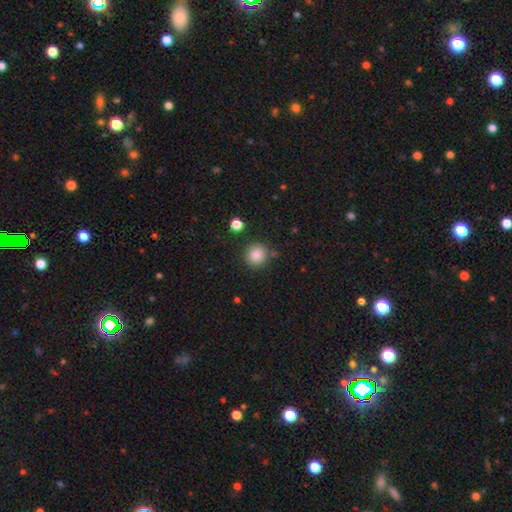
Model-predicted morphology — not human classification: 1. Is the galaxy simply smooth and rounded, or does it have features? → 86% smooth, 10% star or artifact, 4% featured or disk.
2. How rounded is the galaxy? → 91% round, 8% in between, 1% cigar-shaped.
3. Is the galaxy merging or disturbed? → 85% none, 8% minor disturbance, 4% merger, 3% major disturbance.